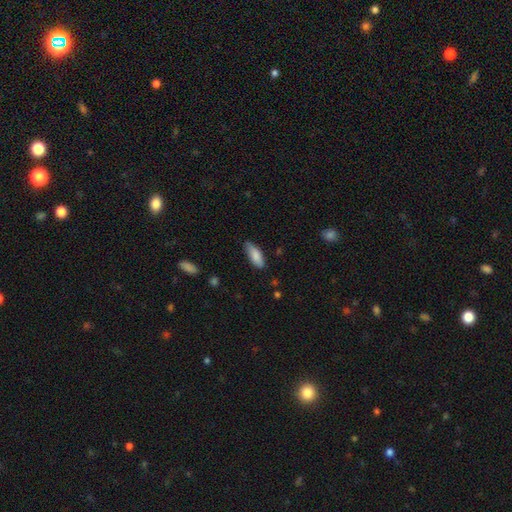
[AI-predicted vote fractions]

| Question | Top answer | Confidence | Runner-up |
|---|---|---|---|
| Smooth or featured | smooth | 84% | featured or disk (10%) |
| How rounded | in between | 75% | cigar-shaped (24%) |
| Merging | none | 71% | minor disturbance (24%) |